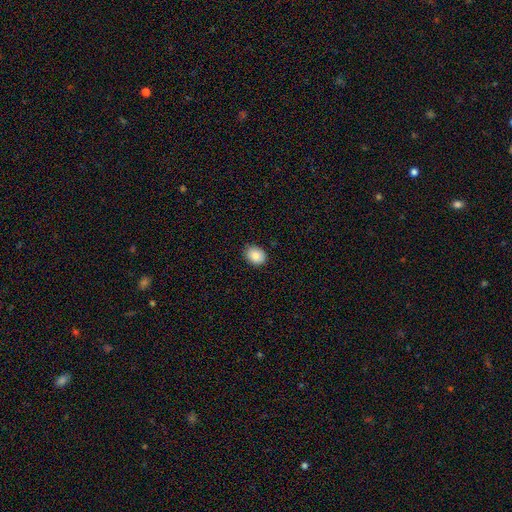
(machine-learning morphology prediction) This is clearly a smooth galaxy (86%). How rounded: possibly round (51%). Merging: clearly none (85%).